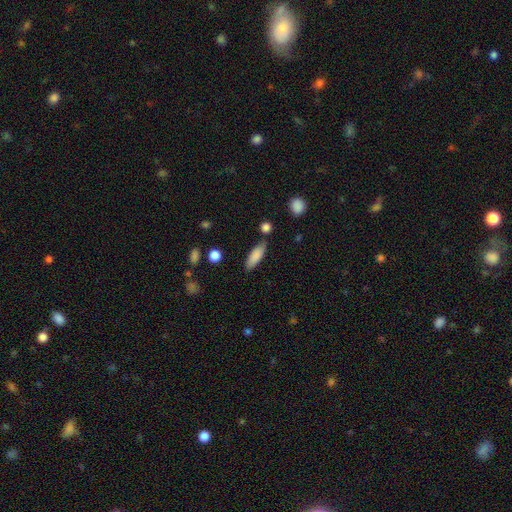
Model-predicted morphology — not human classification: smooth_or_featured: smooth (p=0.84) [alt: featured or disk p=0.09]
how_rounded: in between (p=0.59) [alt: cigar-shaped p=0.39]
merging: none (p=0.75) [alt: minor disturbance p=0.15]